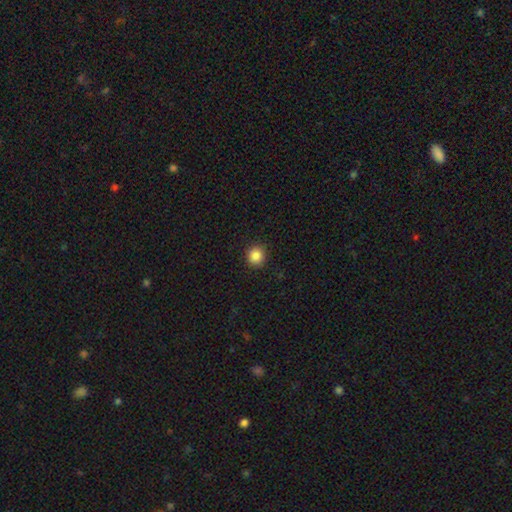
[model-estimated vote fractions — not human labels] A smooth galaxy with no disk features (86%) that is round (91%).

Vote fractions:
- Smooth or featured? smooth: 86% / star or artifact: 11% / featured or disk: 4%
- How rounded? round: 91% / in between: 8% / cigar-shaped: 1%
- Merging? none: 92% / minor disturbance: 6% / major disturbance: 2% / merger: 1%